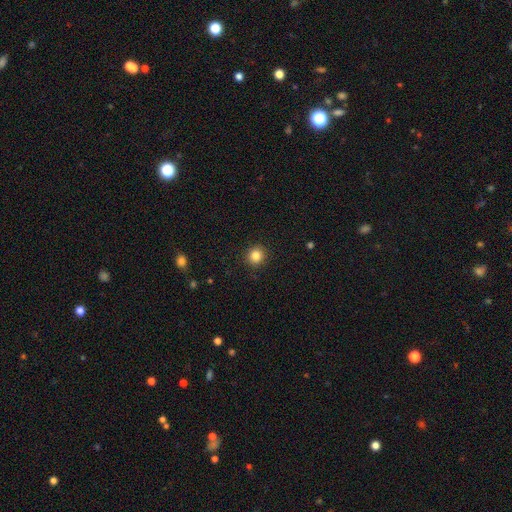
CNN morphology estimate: Smooth or featured? Predicted: smooth (p=0.84). How rounded? Predicted: round (p=0.92). Merging? Predicted: none (p=0.92).